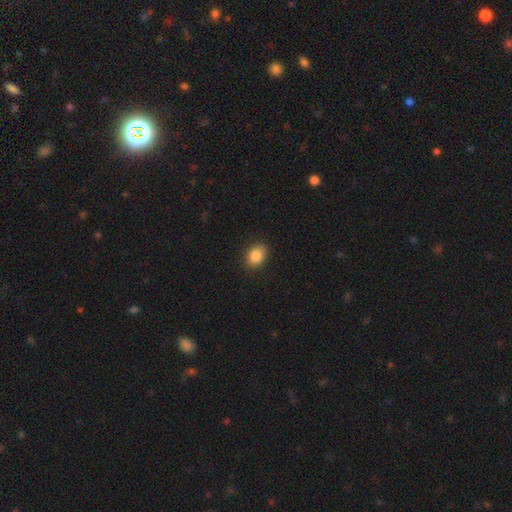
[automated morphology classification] The model was most divided on "how rounded": in between: 73%, round: 26%, cigar-shaped: 1%. More confident: merging — none (87%); smooth or featured — smooth (86%).